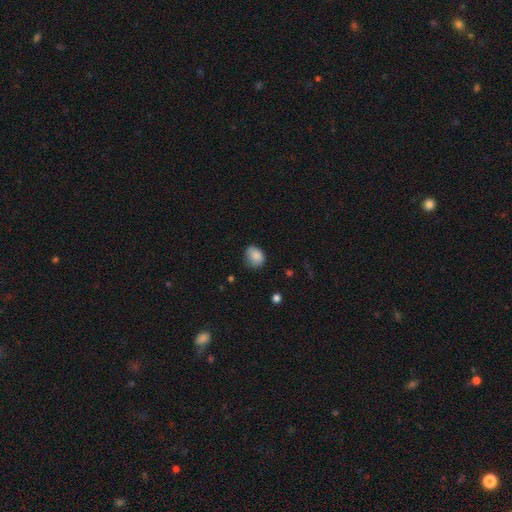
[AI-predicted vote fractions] Smooth or featured? smooth (85%)
How rounded? in between (56%)
Merging? none (64%)